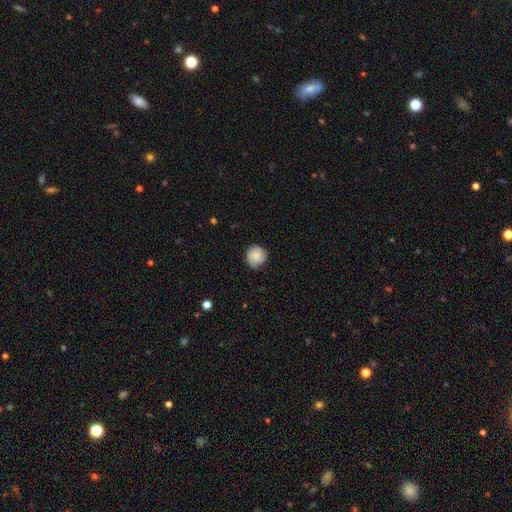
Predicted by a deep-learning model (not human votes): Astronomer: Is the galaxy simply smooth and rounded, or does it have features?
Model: smooth — 69%.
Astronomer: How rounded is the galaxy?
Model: round — 88%.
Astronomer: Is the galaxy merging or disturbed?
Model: none — 69%.